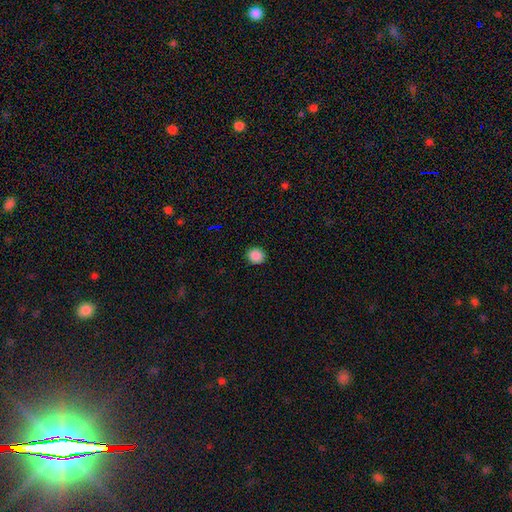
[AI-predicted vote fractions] The model was most divided on "how rounded": round: 85%, in between: 14%, cigar-shaped: 1%. More confident: merging — none (91%); smooth or featured — smooth (87%).